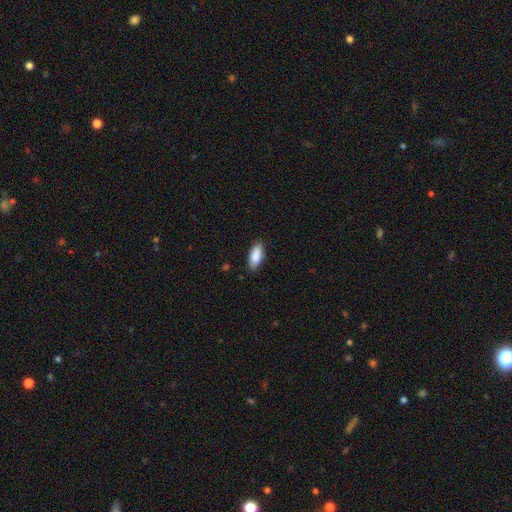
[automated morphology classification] A smooth galaxy with no disk features (88%) that is in between round and cigar-shaped (84%).

Vote fractions:
- Smooth or featured? smooth: 88% / featured or disk: 6% / star or artifact: 6%
- How rounded? in between: 84% / cigar-shaped: 14% / round: 2%
- Merging? none: 85% / minor disturbance: 12% / major disturbance: 2% / merger: 1%